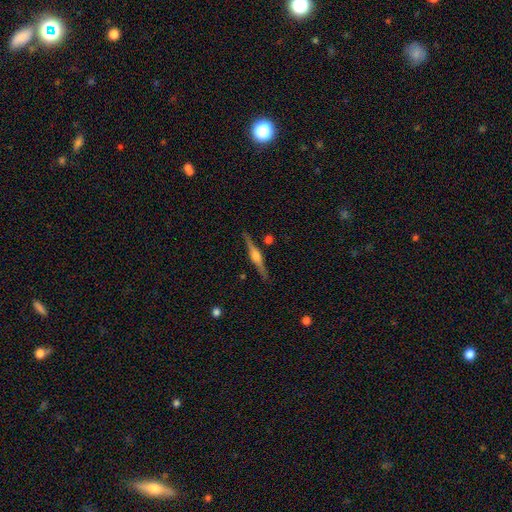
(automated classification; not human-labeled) Overall: featured or disk (78%). Edge-on disk: yes (98%). Edge-on bulge: rounded (88%). Merging: none (88%).